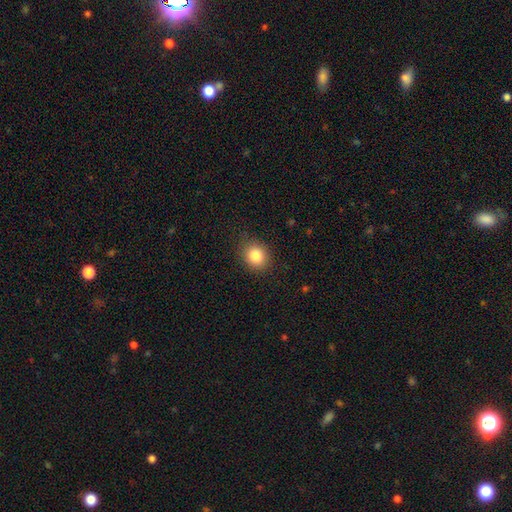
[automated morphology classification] smooth 84%, star or artifact 10%, featured or disk 6%. Down the decision tree: how rounded — round (68%); merging — none (87%).